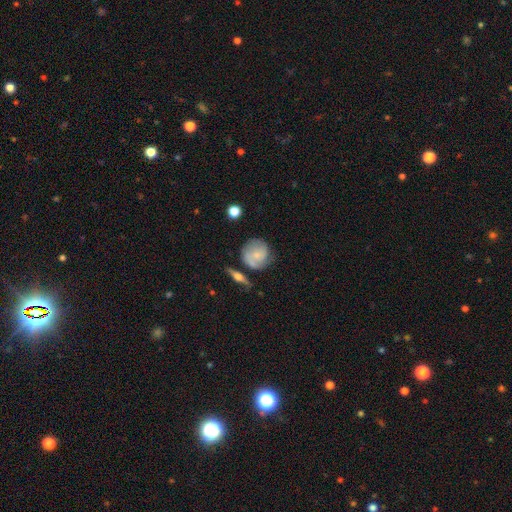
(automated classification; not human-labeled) smooth-or-featured: smooth: 50% | featured or disk: 43% | star or artifact: 7%
  merging: none: 57% | minor disturbance: 23% | merger: 10% | major disturbance: 9%